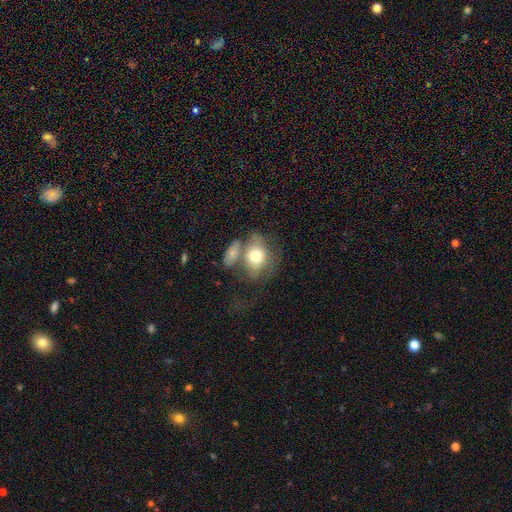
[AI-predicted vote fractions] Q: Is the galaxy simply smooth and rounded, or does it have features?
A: smooth — 70%.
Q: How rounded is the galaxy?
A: in between — 60%.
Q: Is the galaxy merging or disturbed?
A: none — 35%.